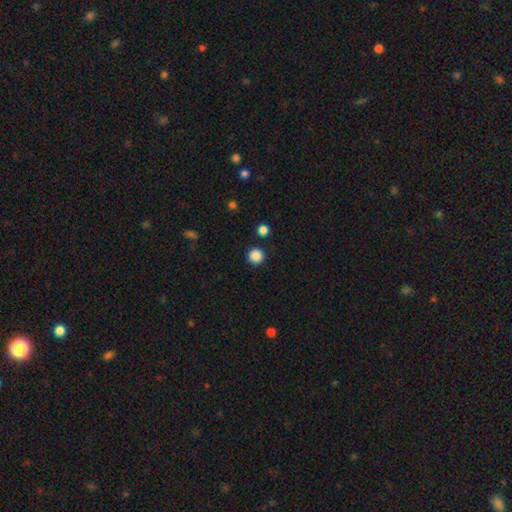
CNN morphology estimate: The model was most divided on "smooth or featured": smooth: 87%, star or artifact: 11%, featured or disk: 3%. More confident: how rounded — round (95%); merging — none (91%).